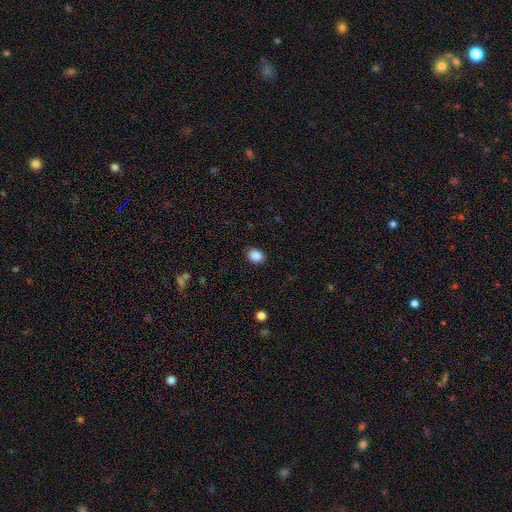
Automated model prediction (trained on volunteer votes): A smooth galaxy with no disk features (88%) that is in between round and cigar-shaped (60%). Merging: none (88%).